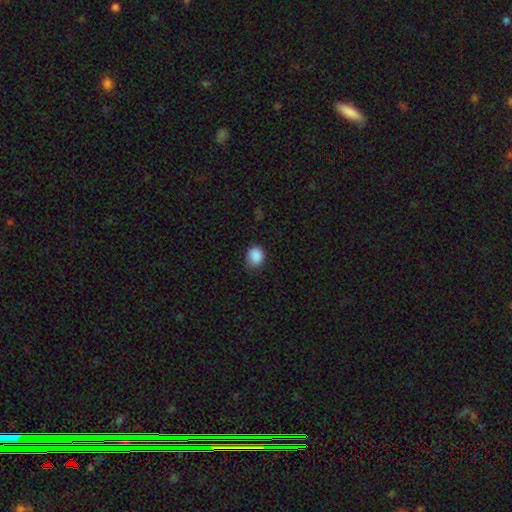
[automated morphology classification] Q: Smooth or featured?
A: smooth (88%); runner-up: star or artifact (9%)
Q: How rounded?
A: round (66%); runner-up: in between (33%)
Q: Merging?
A: none (71%); runner-up: minor disturbance (23%)